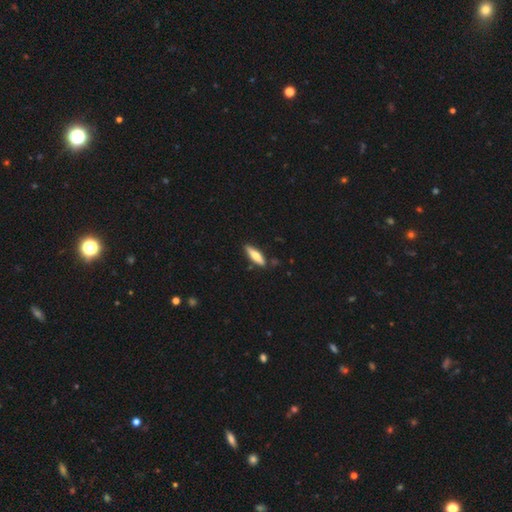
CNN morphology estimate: Smooth or featured? smooth (61%)
How rounded? cigar-shaped (66%)
Merging? none (85%)